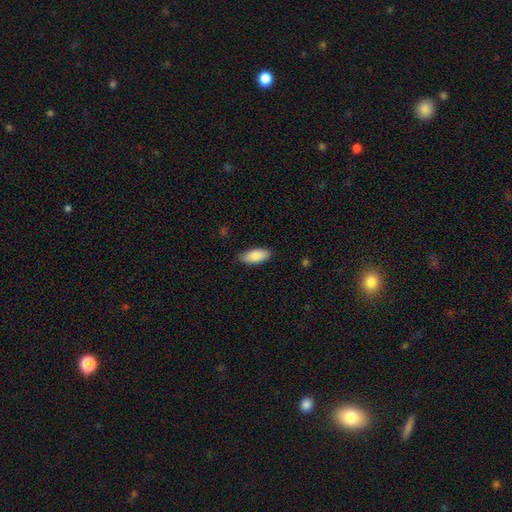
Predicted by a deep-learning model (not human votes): A smooth galaxy with no disk features (86%) that is in between round and cigar-shaped (88%).

Vote fractions:
- Smooth or featured? smooth: 86% / featured or disk: 8% / star or artifact: 6%
- How rounded? in between: 88% / cigar-shaped: 10% / round: 2%
- Merging? none: 79% / minor disturbance: 17% / major disturbance: 2% / merger: 1%